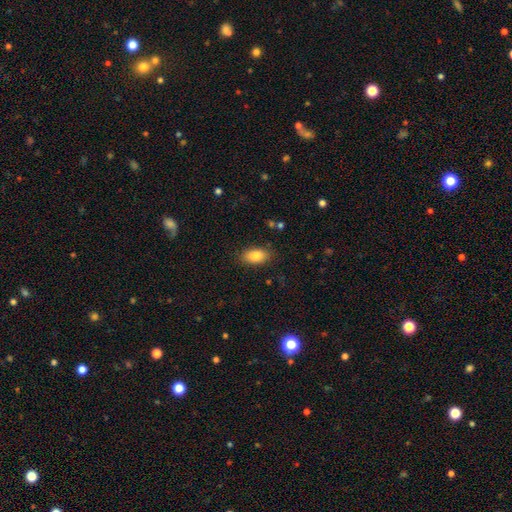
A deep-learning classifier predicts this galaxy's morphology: Q: Smooth or featured?
A: smooth (85%); runner-up: star or artifact (8%)
Q: How rounded?
A: in between (91%); runner-up: round (5%)
Q: Merging?
A: none (85%); runner-up: minor disturbance (11%)